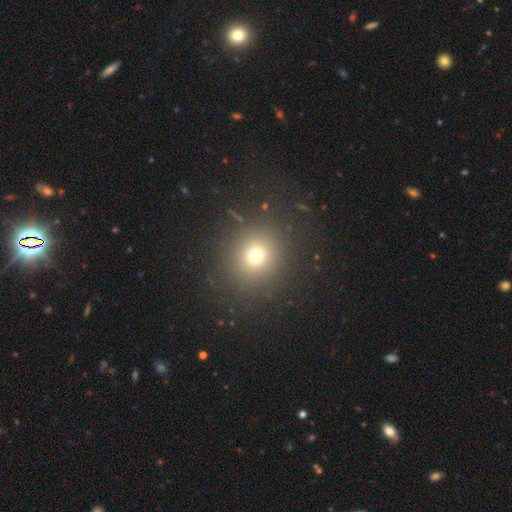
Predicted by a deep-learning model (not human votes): A smooth galaxy with no disk features (70%) that is round (88%). Merging: none (86%).